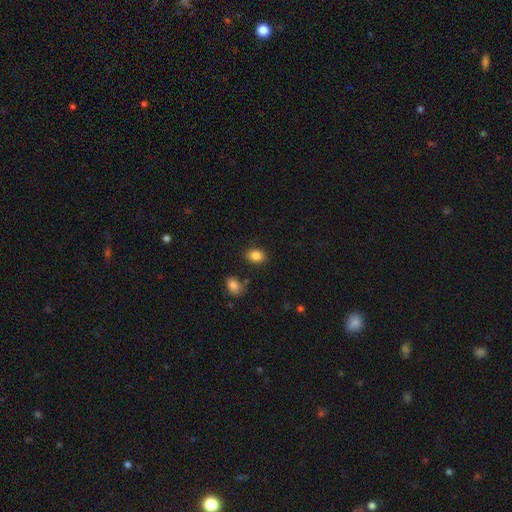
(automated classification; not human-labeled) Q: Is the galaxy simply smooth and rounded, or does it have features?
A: smooth — 86%.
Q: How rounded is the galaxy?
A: in between — 70%.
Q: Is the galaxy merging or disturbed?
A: none — 83%.